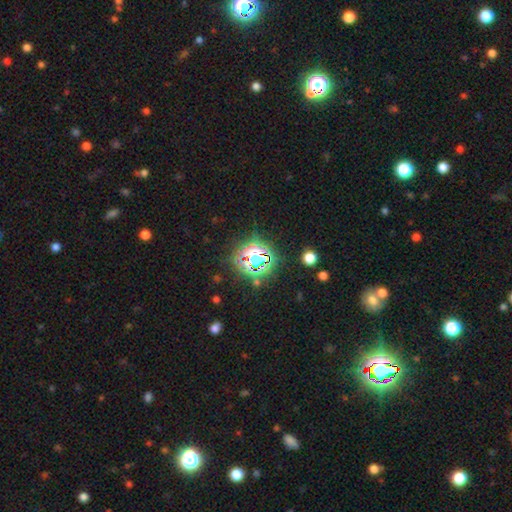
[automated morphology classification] The model was most divided on "smooth or featured": star or artifact: 79%, smooth: 14%, featured or disk: 7%.